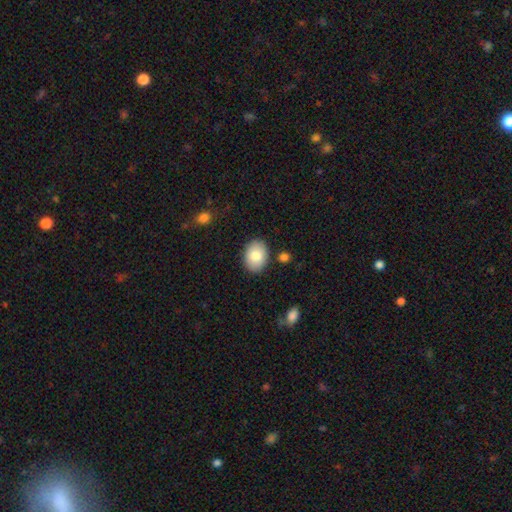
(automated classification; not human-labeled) A smooth galaxy with no disk features (80%) that is in between round and cigar-shaped (73%). Merging: none (86%).